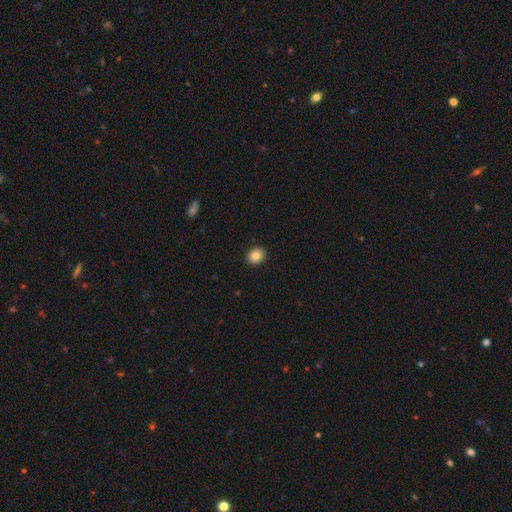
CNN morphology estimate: smooth_or_featured: smooth (p=0.85) [alt: star or artifact p=0.10]
how_rounded: round (p=0.75) [alt: in between p=0.24]
merging: none (p=0.92) [alt: minor disturbance p=0.06]